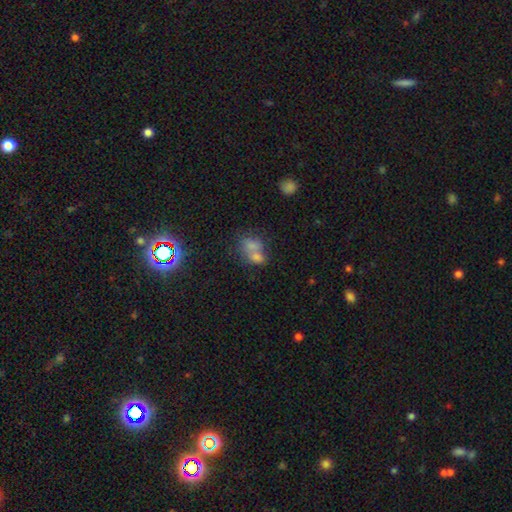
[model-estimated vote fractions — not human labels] A smooth galaxy with no disk features (59%) that is in between round and cigar-shaped (59%). Merging: merger (60%).